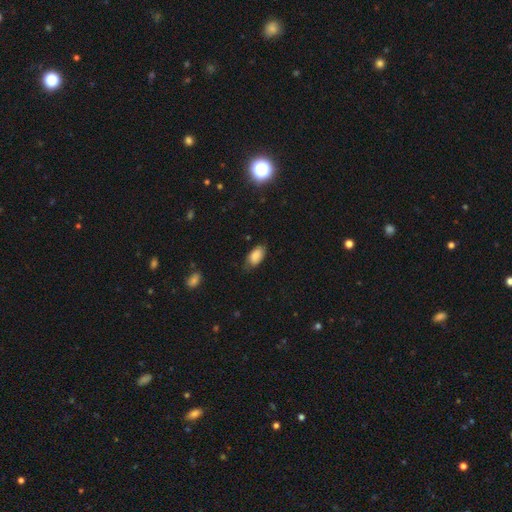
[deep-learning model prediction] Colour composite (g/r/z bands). It shows a smooth galaxy with no disk features (79%) that is in between round and cigar-shaped (93%). Merging: none (69%).